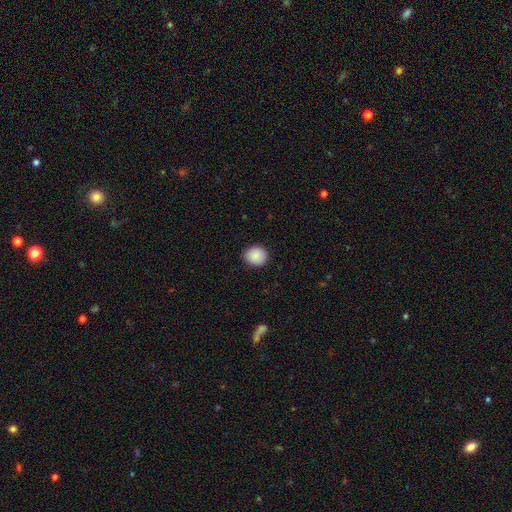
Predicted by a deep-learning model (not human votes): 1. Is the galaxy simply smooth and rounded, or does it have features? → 89% smooth, 8% star or artifact, 3% featured or disk.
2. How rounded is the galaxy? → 80% round, 19% in between, 1% cigar-shaped.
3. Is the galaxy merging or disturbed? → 89% none, 8% minor disturbance, 2% major disturbance, 1% merger.